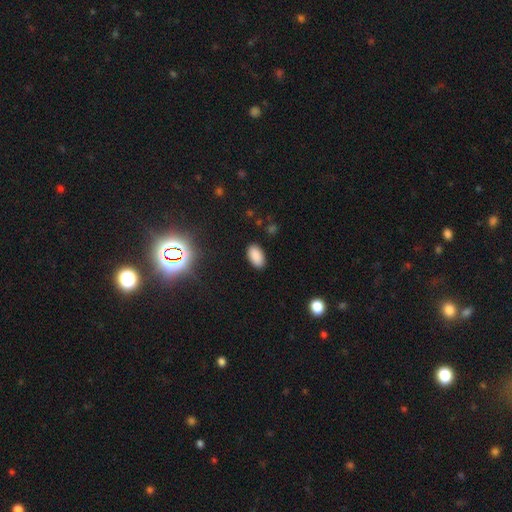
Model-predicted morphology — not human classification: type=smooth (86%); roundness=in between (95%); merging=none (88%).